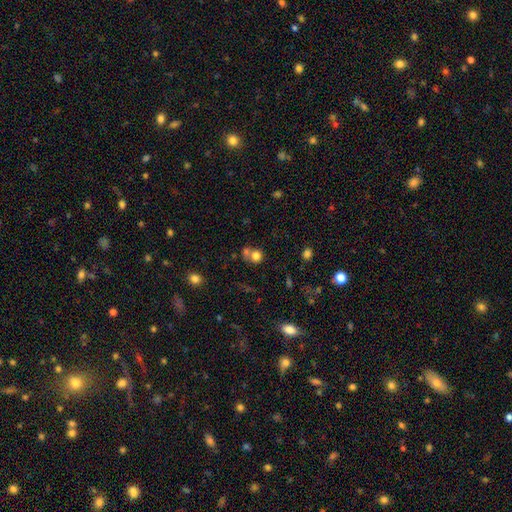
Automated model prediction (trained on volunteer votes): Smooth or featured?
  - smooth: 77% *
  - star or artifact: 13%
  - featured or disk: 10%
How rounded?
  - round: 83% *
  - in between: 16%
  - cigar-shaped: 1%
Merging?
  - none: 47% *
  - merger: 39%
  - minor disturbance: 9%
  - major disturbance: 5%